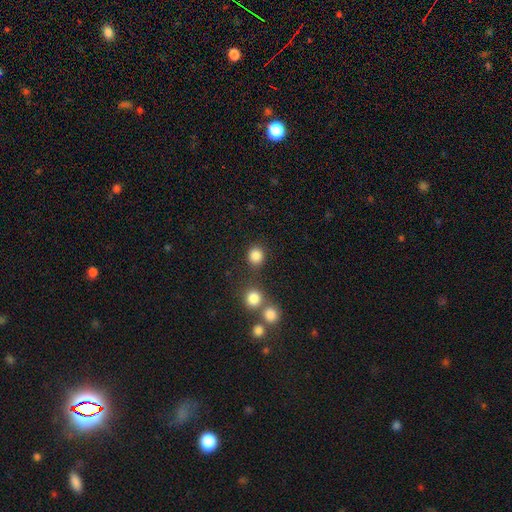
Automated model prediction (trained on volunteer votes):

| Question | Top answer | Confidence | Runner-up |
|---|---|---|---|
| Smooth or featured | smooth | 85% | star or artifact (11%) |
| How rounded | round | 86% | in between (13%) |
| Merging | none | 77% | merger (10%) |